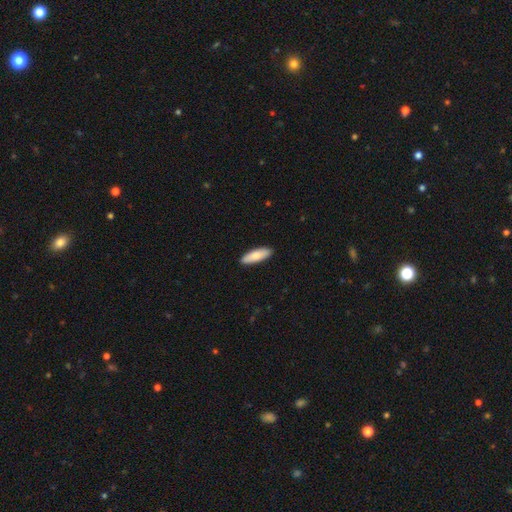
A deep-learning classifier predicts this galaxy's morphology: This is likely a smooth galaxy (80%). How rounded: possibly in between (54%). Merging: clearly none (90%).